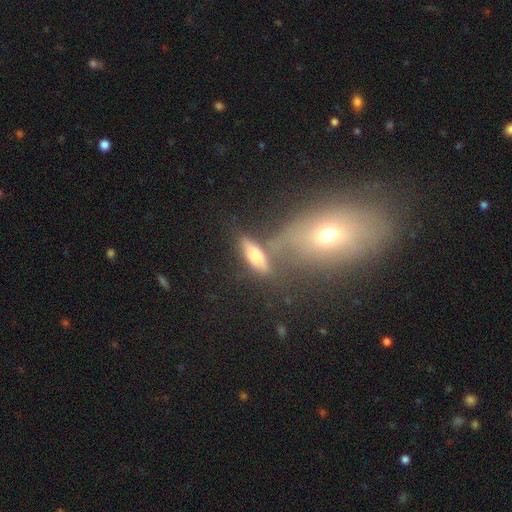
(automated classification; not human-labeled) Morphology: type=smooth (66%); roundness=in between (56%); merging=none (53%).